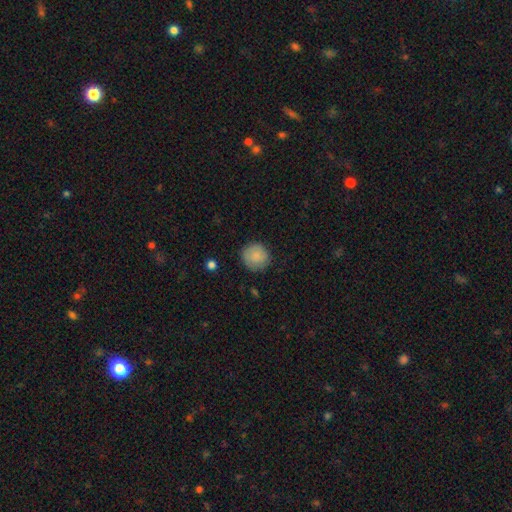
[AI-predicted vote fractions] smooth_or_featured: smooth (p=0.86) [alt: star or artifact p=0.07]
how_rounded: round (p=0.92) [alt: in between p=0.07]
merging: none (p=0.85) [alt: minor disturbance p=0.11]